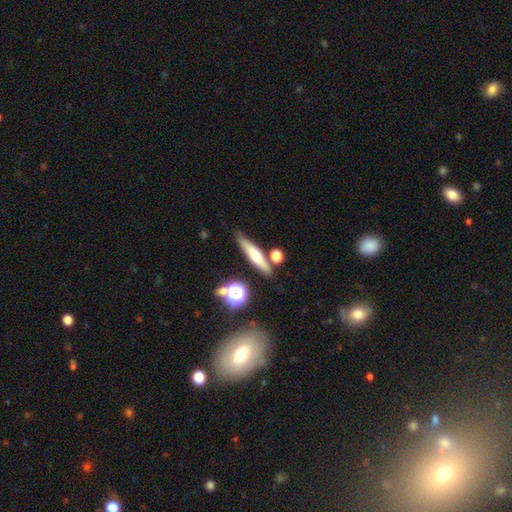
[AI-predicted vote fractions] Smooth or featured: smooth — 47% (featured or disk — 43%)
Merging: none — 78% (minor disturbance — 11%)